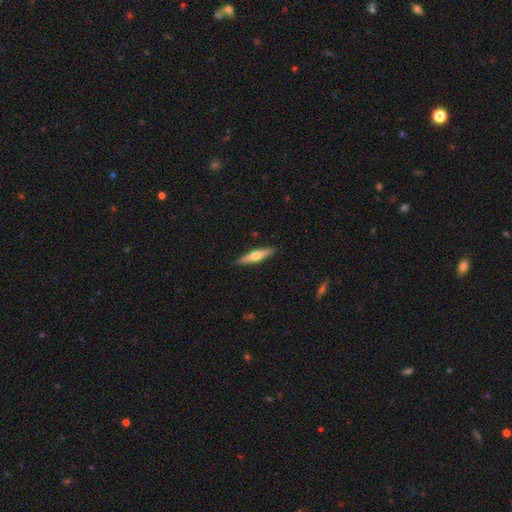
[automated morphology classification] Smooth or featured?
  - featured or disk: 57% *
  - smooth: 38%
  - star or artifact: 5%
Edge-on disk?
  - yes: 95% *
  - no: 5%
Edge-on bulge?
  - rounded: 94% *
  - none: 3%
  - boxy: 3%
Merging?
  - none: 91% *
  - minor disturbance: 7%
  - major disturbance: 1%
  - merger: 1%